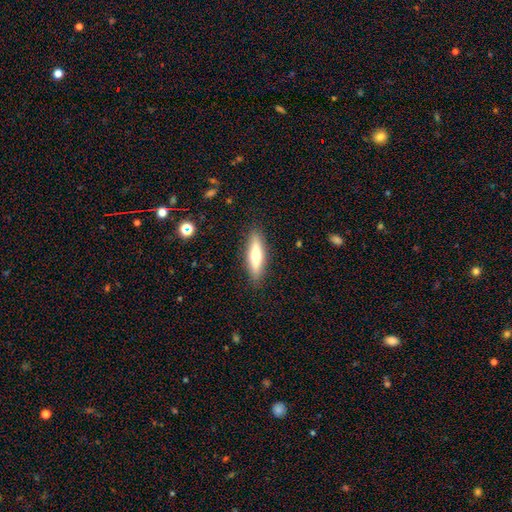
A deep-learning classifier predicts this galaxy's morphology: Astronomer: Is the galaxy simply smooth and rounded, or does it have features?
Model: smooth — 55% (runner-up: featured or disk, 39%).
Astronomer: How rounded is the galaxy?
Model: cigar-shaped — 68%.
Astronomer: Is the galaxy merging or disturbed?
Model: none — 88%.